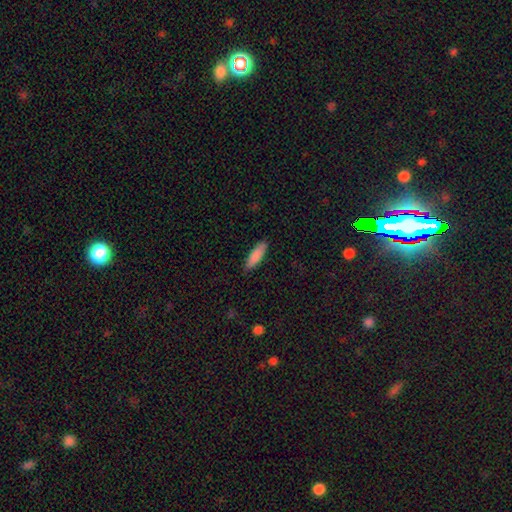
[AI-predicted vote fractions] A smooth galaxy with no disk features (86%) that is cigar-shaped (58%).

Vote fractions:
- Smooth or featured? smooth: 86% / featured or disk: 8% / star or artifact: 6%
- How rounded? cigar-shaped: 58% / in between: 40% / round: 1%
- Merging? none: 87% / minor disturbance: 10% / major disturbance: 2% / merger: 1%